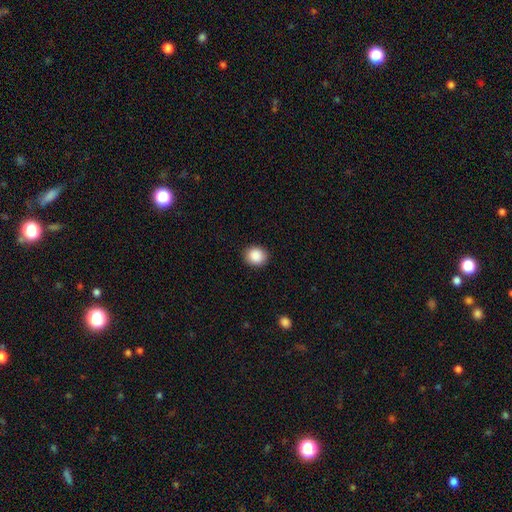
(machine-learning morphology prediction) Q: Smooth or featured?
A: smooth (89%); runner-up: star or artifact (8%)
Q: How rounded?
A: round (79%); runner-up: in between (20%)
Q: Merging?
A: none (91%); runner-up: minor disturbance (6%)